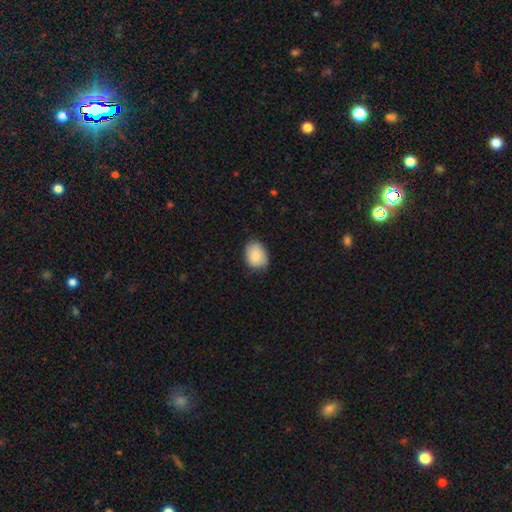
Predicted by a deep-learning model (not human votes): Smooth or featured?
  - smooth: 82% *
  - featured or disk: 11%
  - star or artifact: 7%
How rounded?
  - in between: 62% *
  - round: 37%
  - cigar-shaped: 1%
Merging?
  - none: 74% *
  - minor disturbance: 21%
  - major disturbance: 4%
  - merger: 1%